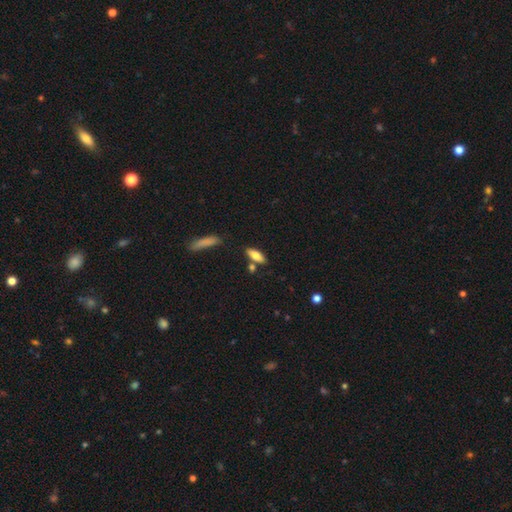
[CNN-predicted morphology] Smooth or featured? Predicted: smooth (p=0.74). How rounded? Predicted: in between (p=0.65). Merging? Predicted: none (p=0.74).